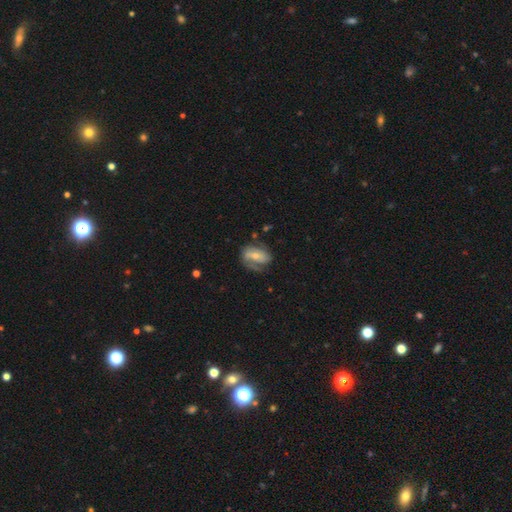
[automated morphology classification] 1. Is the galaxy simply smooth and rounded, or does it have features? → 67% featured or disk, 26% smooth, 6% star or artifact.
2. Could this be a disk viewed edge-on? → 96% no, 4% yes.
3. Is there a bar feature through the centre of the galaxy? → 37% no (tied), 37% weak (tied), 26% strong.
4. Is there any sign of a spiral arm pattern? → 84% yes, 16% no.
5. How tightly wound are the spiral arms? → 40% medium, 34% tight, 26% loose.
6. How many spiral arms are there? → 55% 2, 26% 1, 14% can't tell, 3% 3, 1% 4, 1% more than 4.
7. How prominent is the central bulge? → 47% small (tied), 47% moderate (tied), 3% large, 2% none, 1% dominant.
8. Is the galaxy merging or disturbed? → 56% none, 24% minor disturbance, 17% major disturbance, 3% merger.